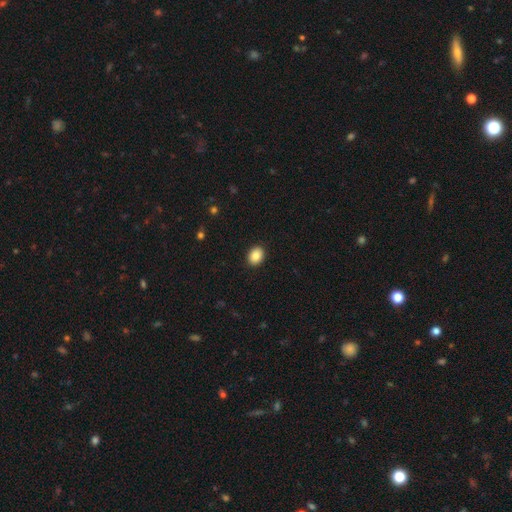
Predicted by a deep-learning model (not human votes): smooth 88%, star or artifact 8%, featured or disk 4%. Down the decision tree: how rounded — in between (64%); merging — none (91%).